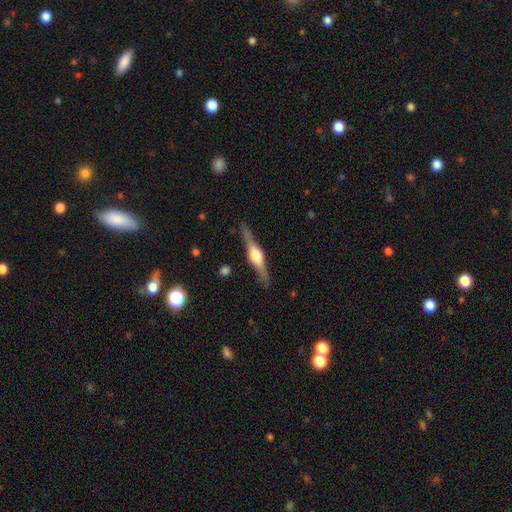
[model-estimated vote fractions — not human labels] Smooth or featured?
  - featured or disk: 79% *
  - smooth: 16%
  - star or artifact: 5%
Edge-on disk?
  - yes: 98% *
  - no: 2%
Edge-on bulge?
  - rounded: 90% *
  - boxy: 8%
  - none: 2%
Merging?
  - none: 88% *
  - minor disturbance: 9%
  - major disturbance: 2%
  - merger: 1%